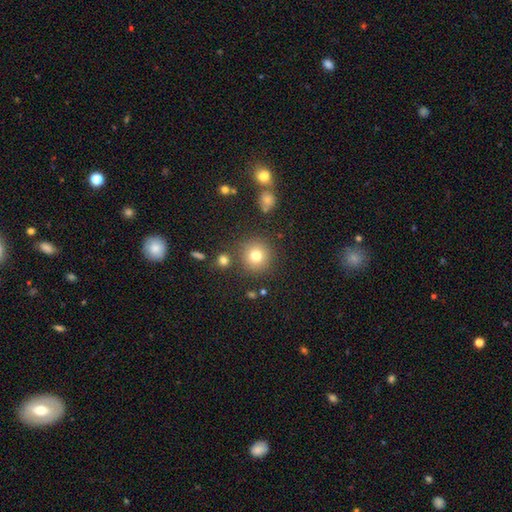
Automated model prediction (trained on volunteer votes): A smooth galaxy with no disk features (78%) that is round (94%). Merging: none (84%).